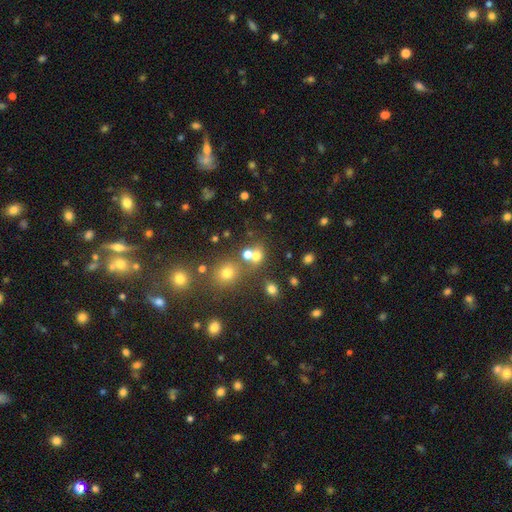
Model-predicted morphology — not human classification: Smooth or featured? Predicted: smooth (p=0.67). How rounded? Predicted: round (p=0.71). Merging? Predicted: none (p=0.52).